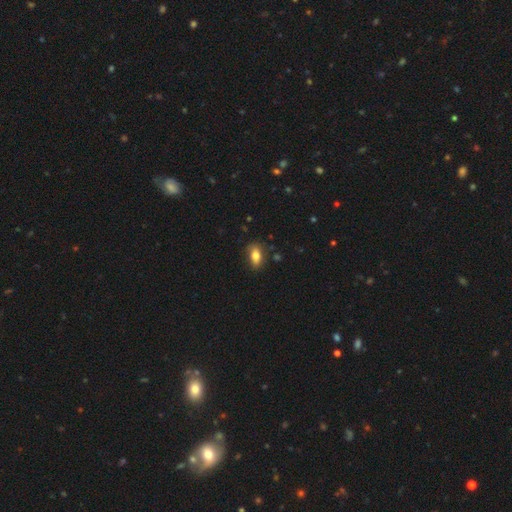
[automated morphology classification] smooth-or-featured: smooth: 80% | featured or disk: 12% | star or artifact: 8%
  how-rounded: in between: 87% | round: 7% | cigar-shaped: 6%
  merging: none: 79% | minor disturbance: 16% | major disturbance: 3% | merger: 2%